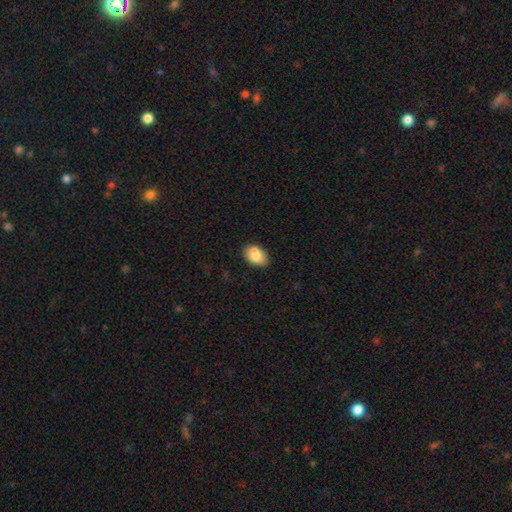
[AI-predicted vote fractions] Smooth or featured: smooth — 81% (featured or disk — 11%)
How rounded: in between — 87% (round — 12%)
Merging: none — 74% (minor disturbance — 16%)